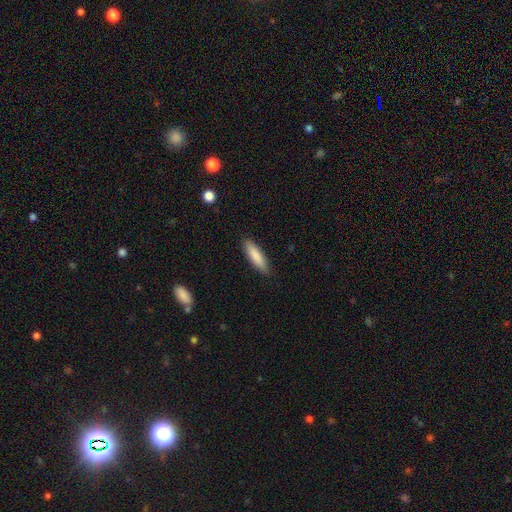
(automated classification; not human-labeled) A smooth galaxy with no disk features (86%) that is cigar-shaped (68%). Merging: none (88%).